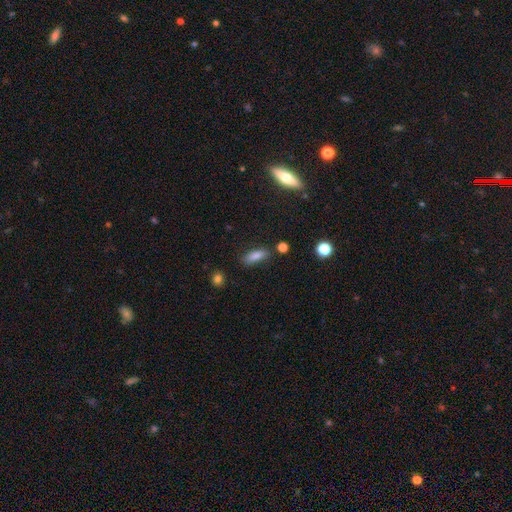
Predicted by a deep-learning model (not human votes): smooth 78%, featured or disk 11%, star or artifact 11%. Down the decision tree: how rounded — in between (60%); merging — none (77%).